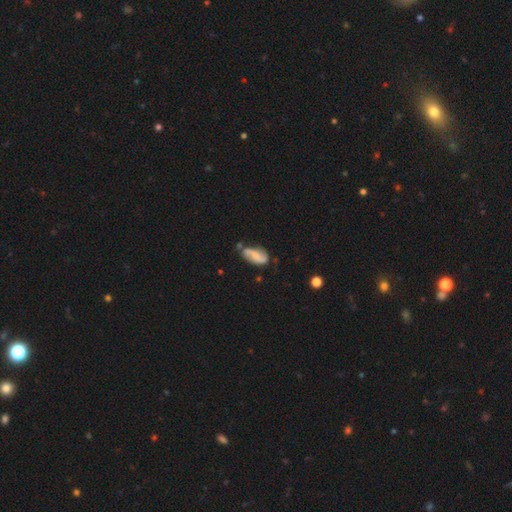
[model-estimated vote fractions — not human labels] Smooth or featured: featured or disk — 56% (smooth — 37%)
Edge-on disk: no — 94% (yes — 6%)
Bar: weak — 38% (no — 35%)
Spiral arms: yes — 87% (no — 13%)
Bulge size: none — 39% (small — 38%)
Merging: none — 53% (minor disturbance — 29%)